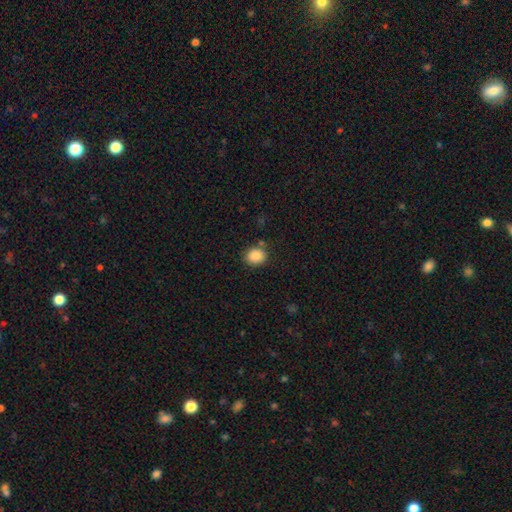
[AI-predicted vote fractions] A smooth galaxy with no disk features (87%) that is round (69%). Merging: none (81%).